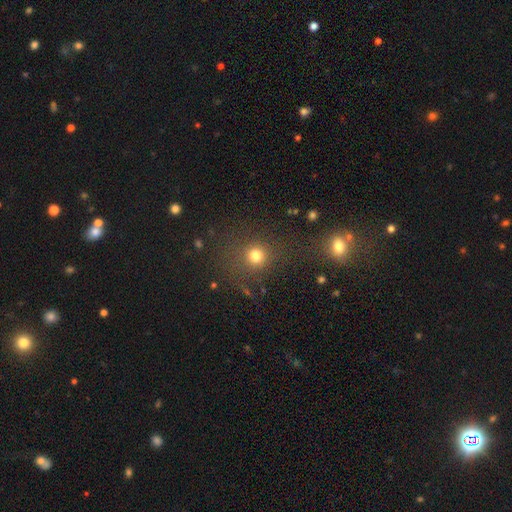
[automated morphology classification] Q: Smooth or featured?
A: smooth (75%); runner-up: star or artifact (17%)
Q: How rounded?
A: round (87%); runner-up: in between (11%)
Q: Merging?
A: none (76%); runner-up: minor disturbance (11%)